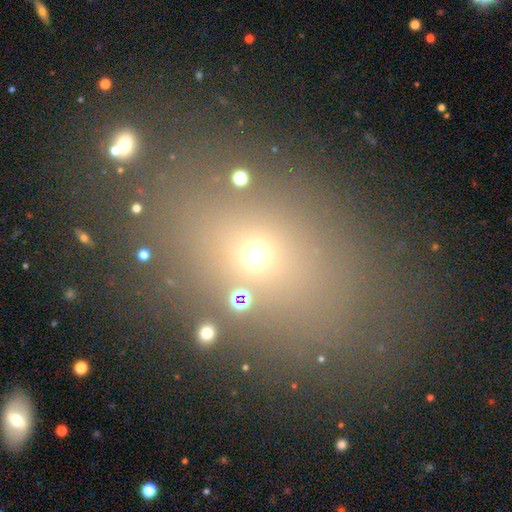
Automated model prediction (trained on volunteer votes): A smooth galaxy with no disk features (58%) that is in between round and cigar-shaped (65%).

Vote fractions:
- Smooth or featured? smooth: 58% / star or artifact: 28% / featured or disk: 15%
- How rounded? in between: 65% / round: 32% / cigar-shaped: 3%
- Merging? none: 74% / minor disturbance: 13% / major disturbance: 7% / merger: 6%